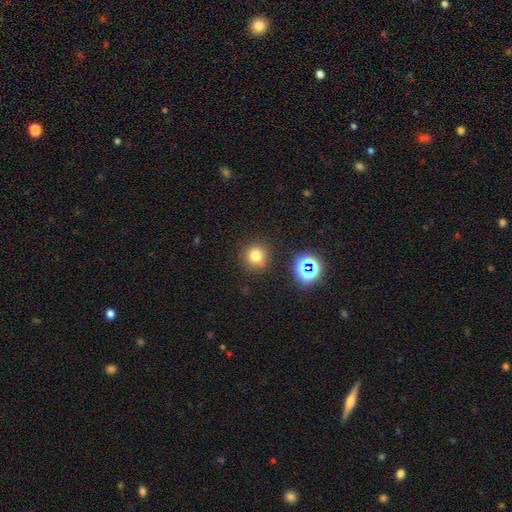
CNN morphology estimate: This is likely a smooth galaxy (74%). How rounded: clearly round (93%). Merging: clearly none (87%).